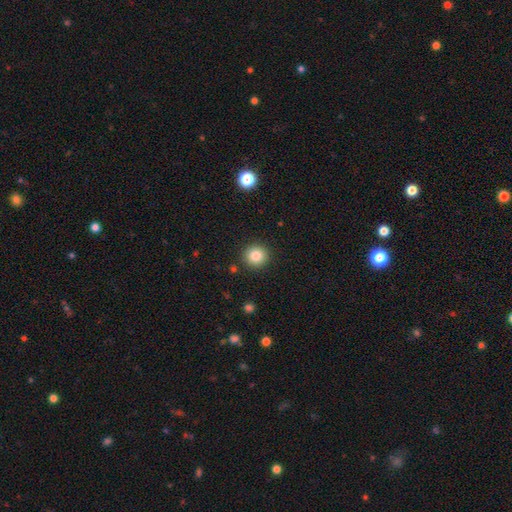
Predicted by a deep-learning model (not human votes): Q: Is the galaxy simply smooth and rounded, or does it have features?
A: smooth — 83%.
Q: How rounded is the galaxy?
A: round — 93%.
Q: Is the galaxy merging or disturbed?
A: none — 91%.